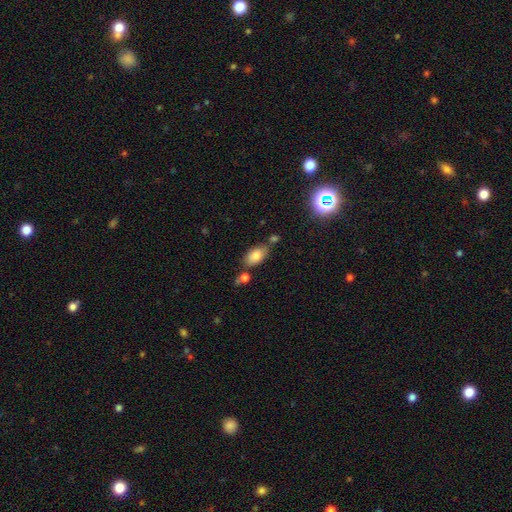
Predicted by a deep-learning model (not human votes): Smooth or featured? smooth (82%)
How rounded? in between (91%)
Merging? none (63%)